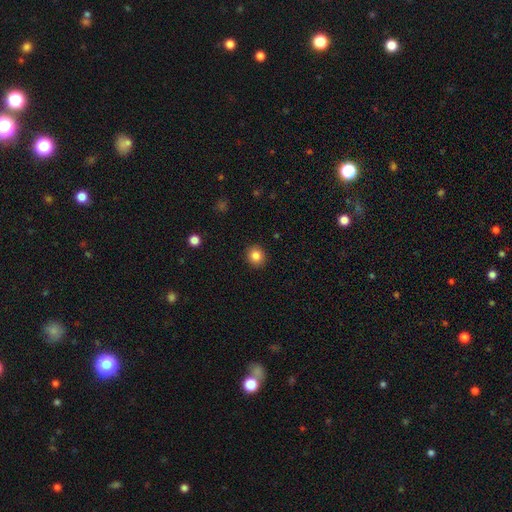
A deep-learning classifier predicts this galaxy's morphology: This is clearly a smooth galaxy (85%). How rounded: clearly round (85%). Merging: clearly none (92%).